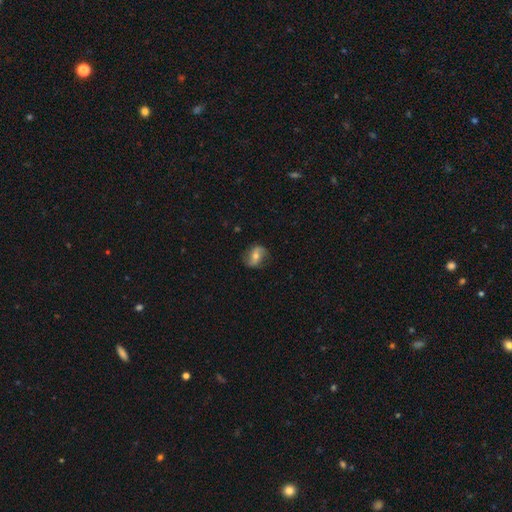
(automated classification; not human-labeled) The model was most divided on "bar": no: 35%, strong: 33%, weak: 32%. More confident: edge-on disk — no (93%); spiral arms — yes (79%); merging — none (79%); bulge size — moderate (61%); smooth or featured — featured or disk (56%).